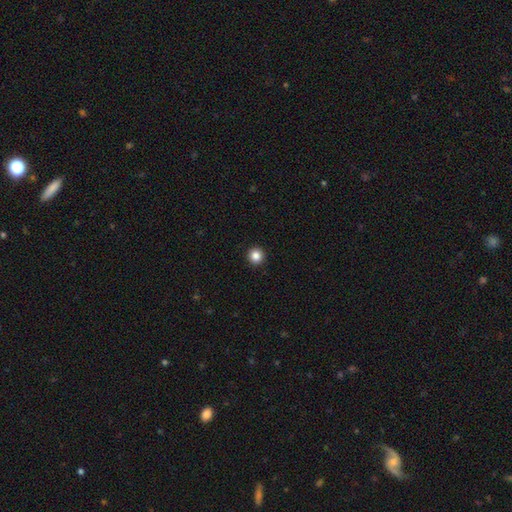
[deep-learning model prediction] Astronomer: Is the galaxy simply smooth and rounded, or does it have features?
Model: smooth — 85%.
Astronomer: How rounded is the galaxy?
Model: round — 96%.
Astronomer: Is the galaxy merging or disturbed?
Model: none — 94%.